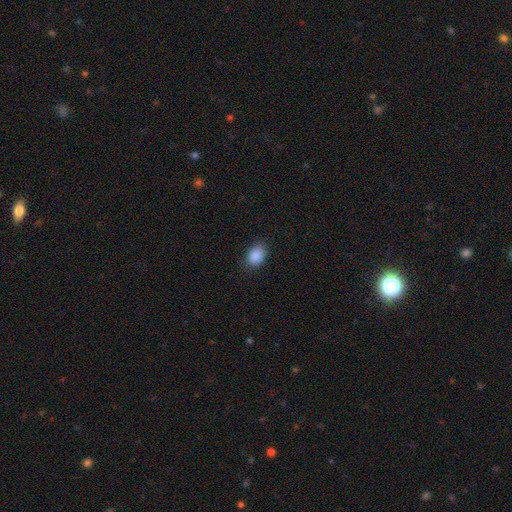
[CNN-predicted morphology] Smooth or featured? Predicted: smooth (p=0.89). How rounded? Predicted: in between (p=0.84). Merging? Predicted: none (p=0.82).